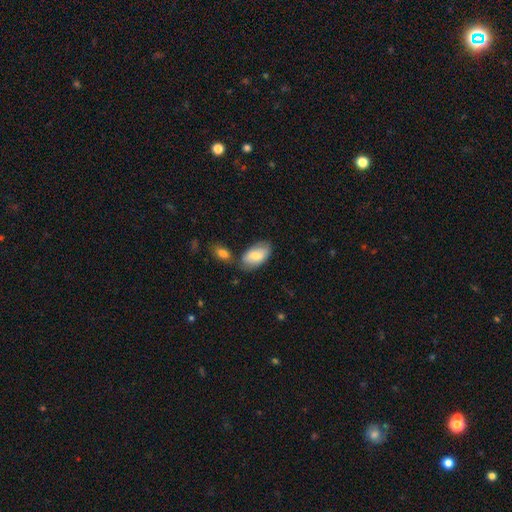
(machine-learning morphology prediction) Q: Smooth or featured?
A: smooth (71%); runner-up: featured or disk (22%)
Q: How rounded?
A: in between (94%); runner-up: round (4%)
Q: Merging?
A: none (67%); runner-up: minor disturbance (18%)